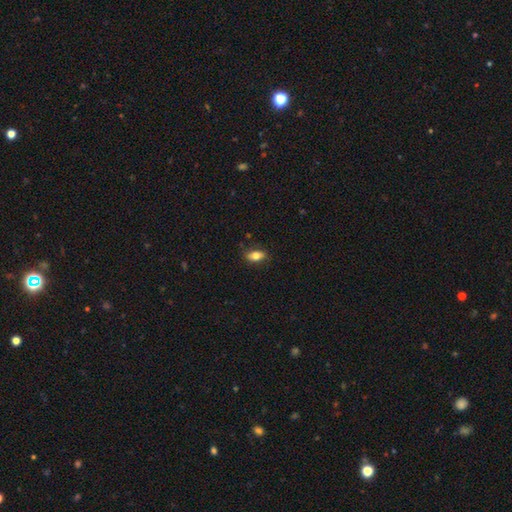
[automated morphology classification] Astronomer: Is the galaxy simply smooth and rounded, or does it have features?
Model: smooth — 76%.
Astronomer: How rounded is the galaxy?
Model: in between — 84%.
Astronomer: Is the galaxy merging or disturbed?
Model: none — 82%.